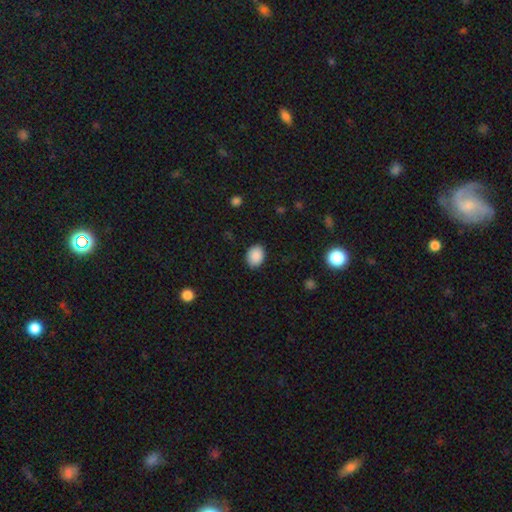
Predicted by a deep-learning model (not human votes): The model was most divided on "how rounded": in between: 62%, round: 37%, cigar-shaped: 1%. More confident: smooth or featured — smooth (89%); merging — none (88%).